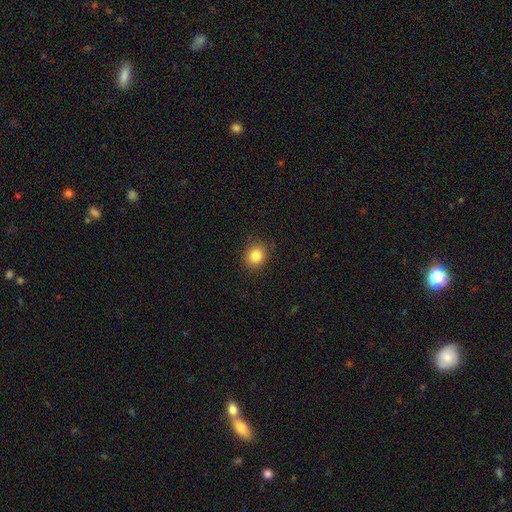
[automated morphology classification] This is clearly a smooth galaxy (83%). How rounded: likely round (74%). Merging: clearly none (87%).